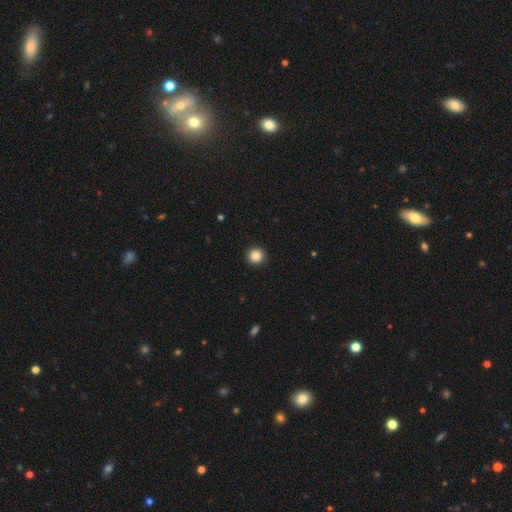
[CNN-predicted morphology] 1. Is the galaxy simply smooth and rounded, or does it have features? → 87% smooth, 10% star or artifact, 3% featured or disk.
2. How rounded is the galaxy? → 95% round, 4% in between, 1% cigar-shaped.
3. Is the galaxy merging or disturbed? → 93% none, 5% minor disturbance, 2% major disturbance, 1% merger.